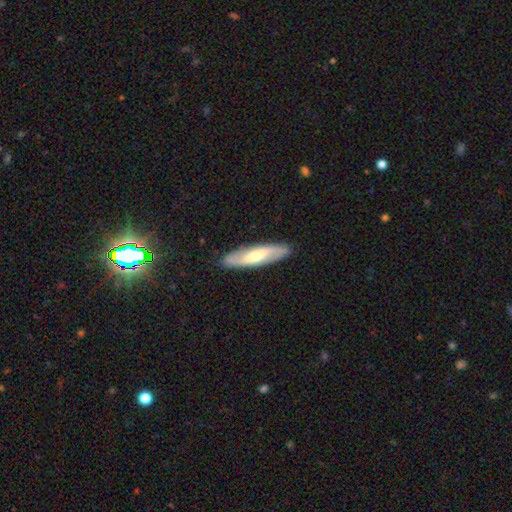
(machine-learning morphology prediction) Smooth or featured?
  - featured or disk: 49% *
  - smooth: 46%
  - star or artifact: 5%
Merging?
  - none: 88% *
  - minor disturbance: 9%
  - major disturbance: 2%
  - merger: 1%